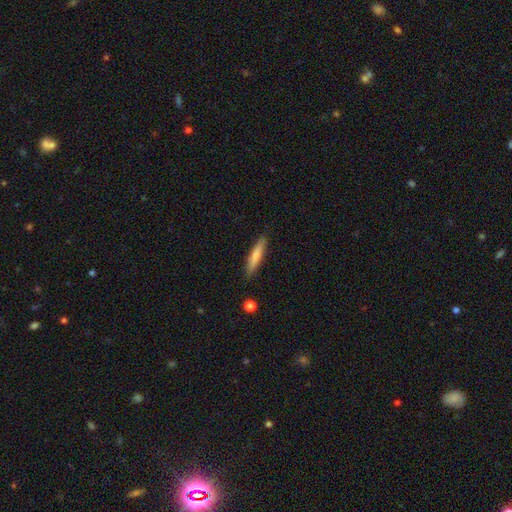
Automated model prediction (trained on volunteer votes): Overall: smooth (76%). How rounded: cigar-shaped (88%). Merging: none (87%).